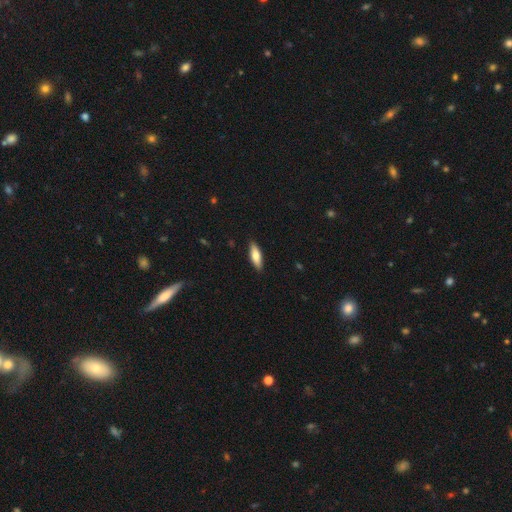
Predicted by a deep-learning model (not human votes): smooth-or-featured: smooth: 73% | featured or disk: 22% | star or artifact: 6%
  how-rounded: in between: 52% | cigar-shaped: 46% | round: 2%
  merging: none: 89% | minor disturbance: 8% | major disturbance: 2% | merger: 1%